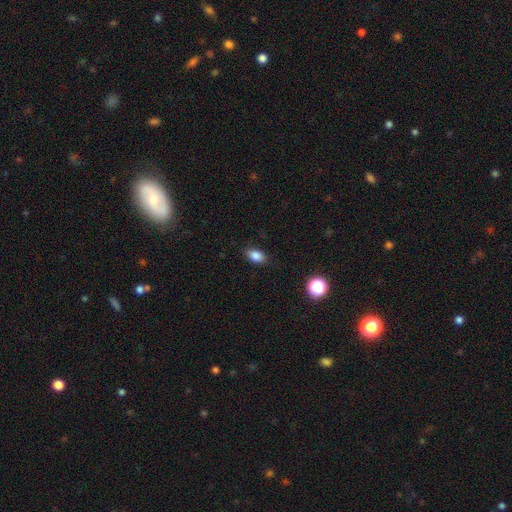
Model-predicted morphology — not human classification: Smooth or featured: smooth — 84% (star or artifact — 10%)
How rounded: in between — 86% (round — 12%)
Merging: none — 84% (minor disturbance — 13%)